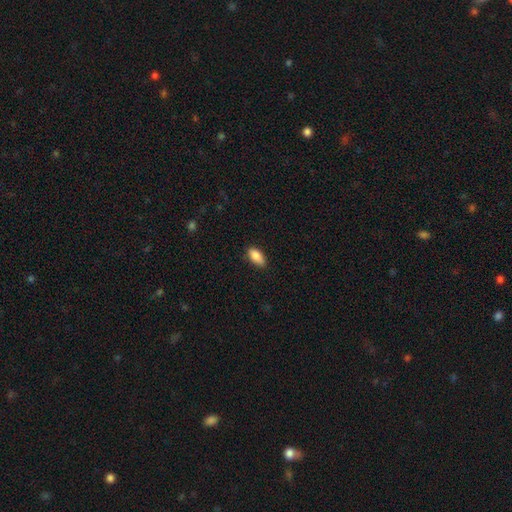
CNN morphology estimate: Smooth or featured?
  - smooth: 86% *
  - star or artifact: 7%
  - featured or disk: 7%
How rounded?
  - in between: 90% *
  - cigar-shaped: 7%
  - round: 3%
Merging?
  - none: 81% *
  - minor disturbance: 15%
  - major disturbance: 2%
  - merger: 1%